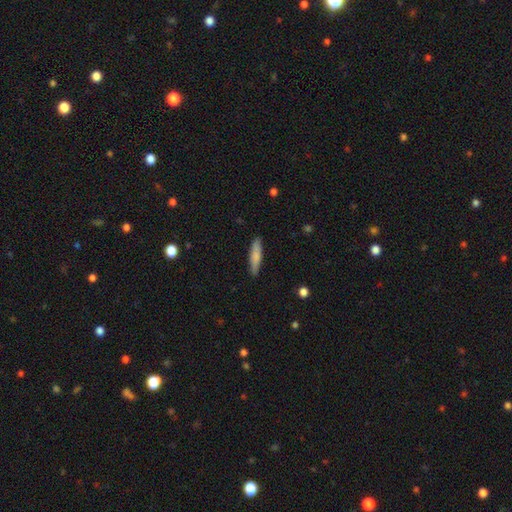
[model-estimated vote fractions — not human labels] Smooth or featured?
  - smooth: 77% *
  - featured or disk: 17%
  - star or artifact: 6%
How rounded?
  - cigar-shaped: 82% *
  - in between: 17%
  - round: 2%
Merging?
  - none: 88% *
  - minor disturbance: 9%
  - major disturbance: 2%
  - merger: 1%